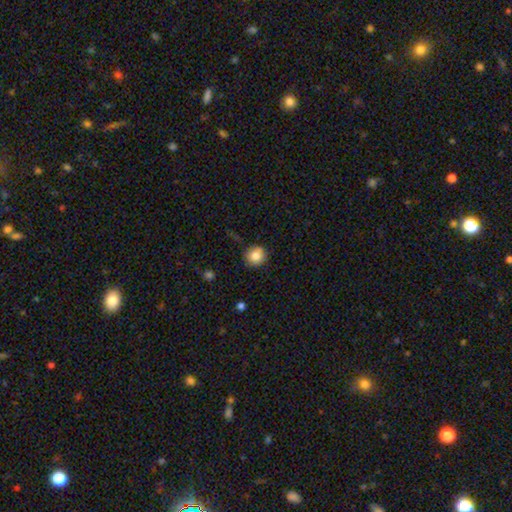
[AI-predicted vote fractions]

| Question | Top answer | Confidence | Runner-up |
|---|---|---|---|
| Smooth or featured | smooth | 83% | star or artifact (10%) |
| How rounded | round | 91% | in between (8%) |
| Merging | none | 85% | minor disturbance (11%) |